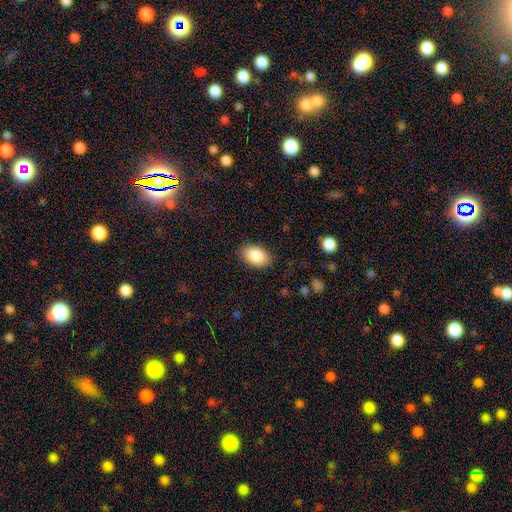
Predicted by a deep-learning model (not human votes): smooth-or-featured: smooth: 87% | star or artifact: 7% | featured or disk: 7%
  how-rounded: in between: 91% | round: 8% | cigar-shaped: 1%
  merging: none: 86% | minor disturbance: 10% | major disturbance: 2% | merger: 1%